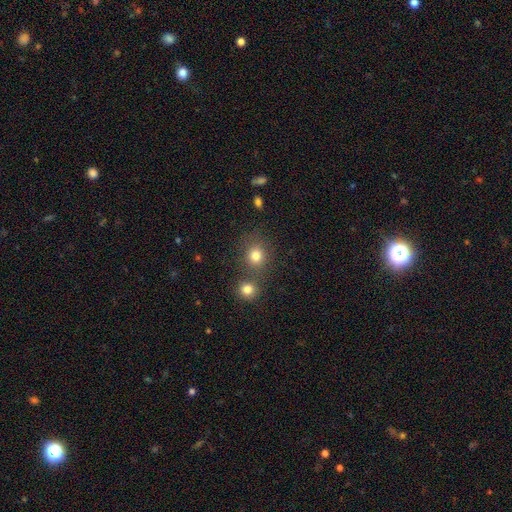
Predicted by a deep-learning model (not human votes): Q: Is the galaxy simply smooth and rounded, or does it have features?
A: smooth — 79%.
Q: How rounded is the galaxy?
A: round — 81%.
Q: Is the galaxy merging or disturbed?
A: none — 68%.